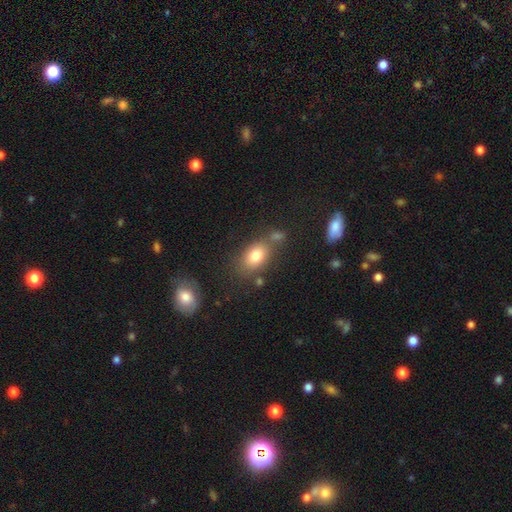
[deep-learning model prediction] smooth 78%, featured or disk 12%, star or artifact 10%. Down the decision tree: how rounded — in between (81%); merging — none (65%).